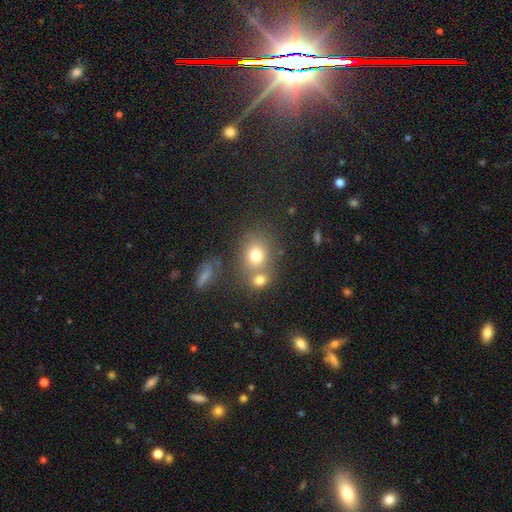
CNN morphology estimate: Smooth or featured?
  - smooth: 74% *
  - star or artifact: 13%
  - featured or disk: 12%
How rounded?
  - round: 63% *
  - in between: 36%
  - cigar-shaped: 1%
Merging?
  - none: 50% *
  - merger: 36%
  - minor disturbance: 10%
  - major disturbance: 5%